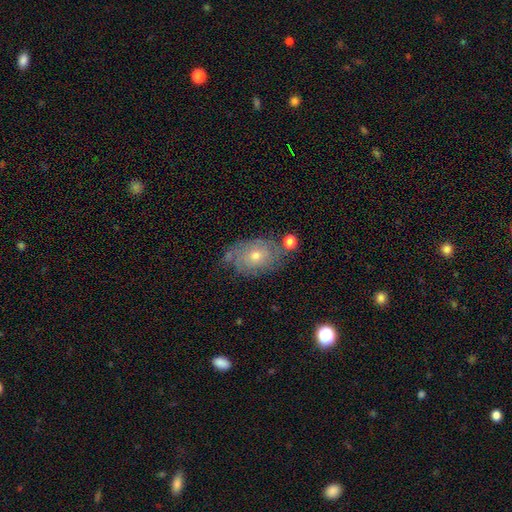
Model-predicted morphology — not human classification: The model was most divided on "smooth or featured": featured or disk: 52%, smooth: 37%, star or artifact: 11%. More confident: edge-on disk — no (94%); merging — none (65%).